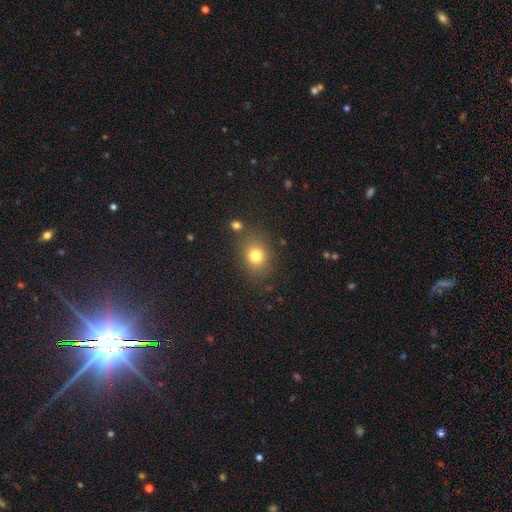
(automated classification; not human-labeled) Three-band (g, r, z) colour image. It shows a smooth galaxy with no disk features (78%) that is round (59%). Merging: none (79%).